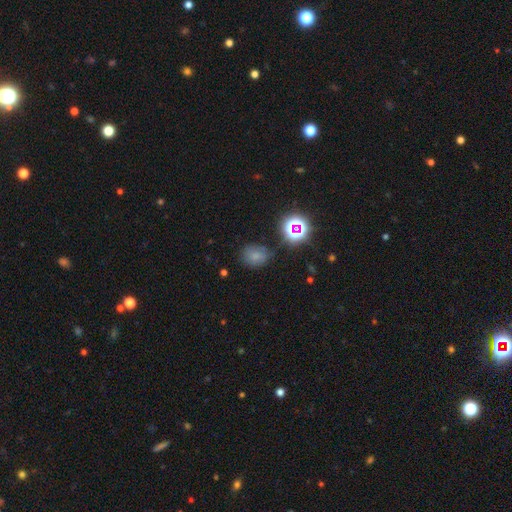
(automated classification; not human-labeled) smooth-or-featured: smooth: 67% | star or artifact: 23% | featured or disk: 10%
  how-rounded: round: 51% | in between: 48% | cigar-shaped: 1%
  merging: none: 68% | minor disturbance: 21% | major disturbance: 7% | merger: 5%